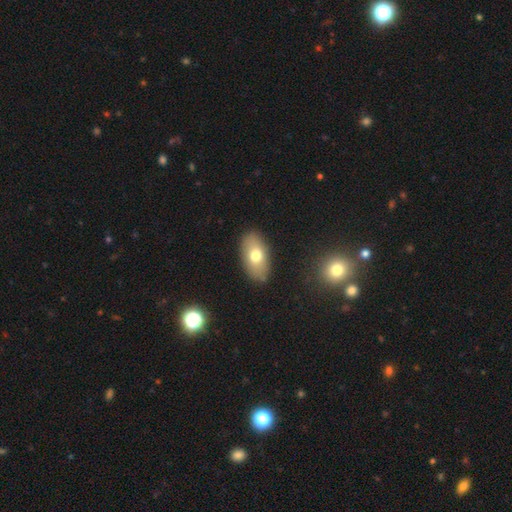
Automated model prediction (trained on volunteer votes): This is likely a smooth galaxy (72%). How rounded: clearly in between (92%). Merging: clearly none (86%).